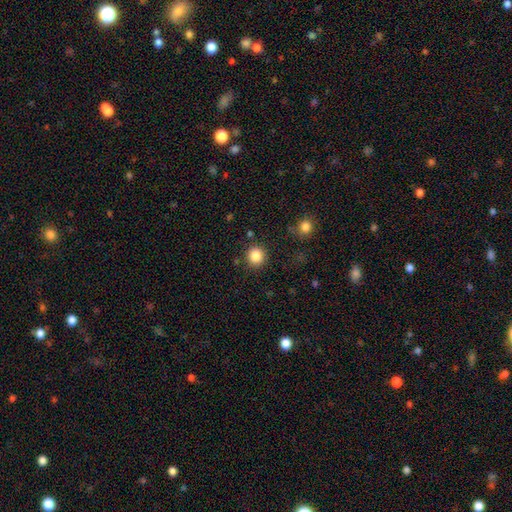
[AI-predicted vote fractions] smooth 85%, star or artifact 10%, featured or disk 4%. Down the decision tree: how rounded — round (93%); merging — none (88%).